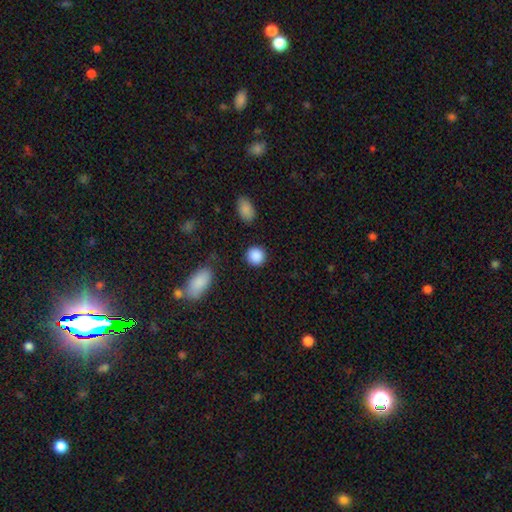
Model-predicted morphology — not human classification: type=smooth (89%); roundness=round (90%); merging=none (88%).